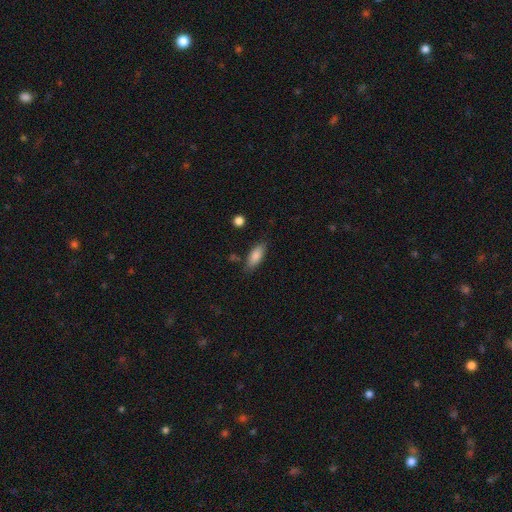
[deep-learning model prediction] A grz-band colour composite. It shows a smooth galaxy with no disk features (84%) that is in between round and cigar-shaped (75%). Merging: none (80%).